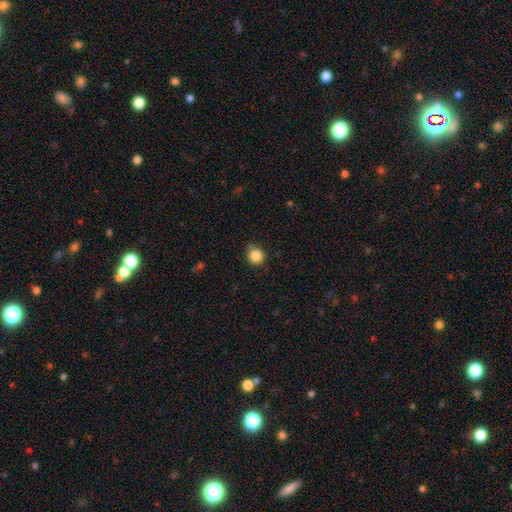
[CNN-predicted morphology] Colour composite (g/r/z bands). It shows a smooth galaxy with no disk features (85%) that is round (85%). Merging: none (74%).